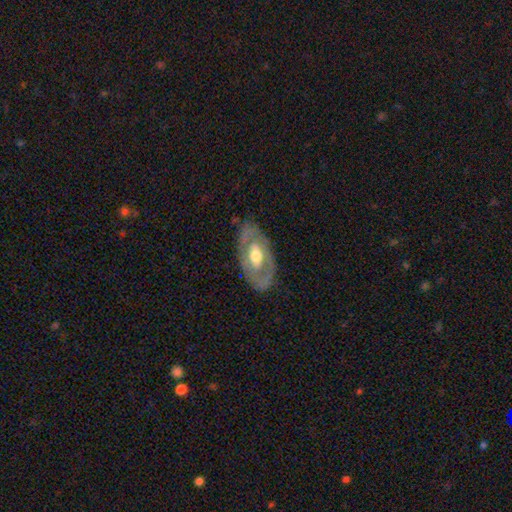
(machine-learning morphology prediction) type=featured or disk (63%); edge-on=no (89%); bar=no (60%); spiral arms=no (70%); bulge=moderate (67%); merging=none (79%).